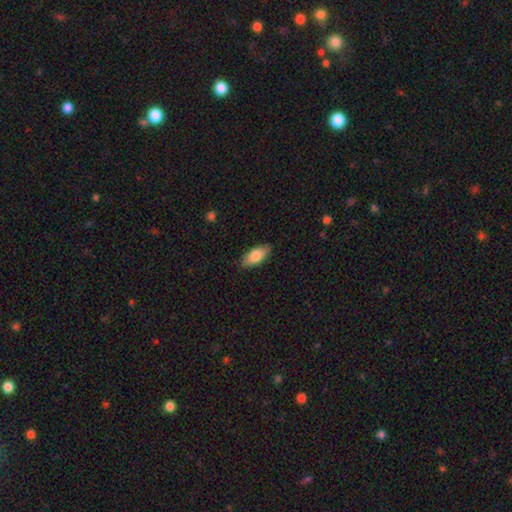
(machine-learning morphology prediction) Overall: smooth (81%). How rounded: in between (86%). Merging: none (87%).